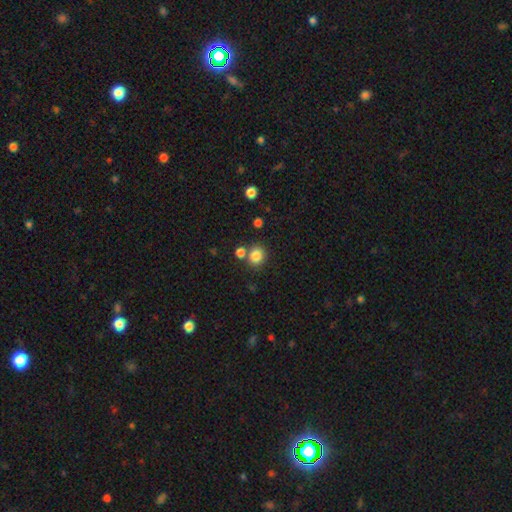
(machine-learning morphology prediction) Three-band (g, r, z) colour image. It shows a smooth galaxy with no disk features (84%) that is round (77%). Merging: none (70%).